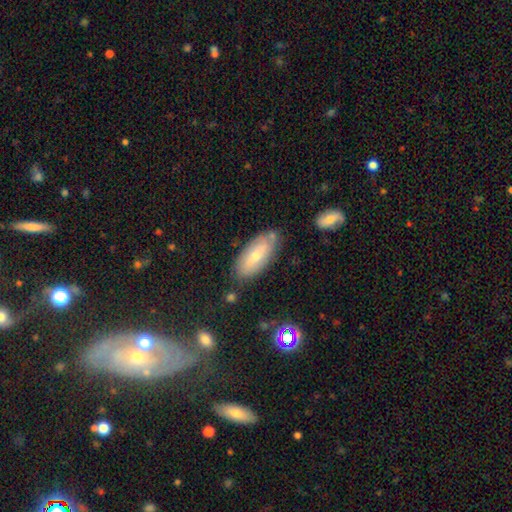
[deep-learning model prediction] Morphology: type=smooth (55%); roundness=in between (79%); merging=none (76%).